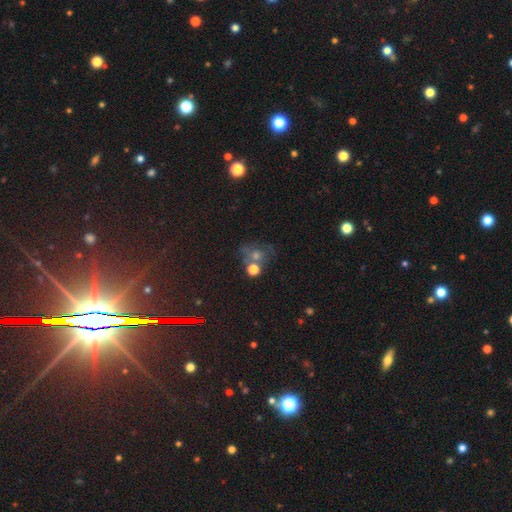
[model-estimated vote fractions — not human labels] The model was most divided on "smooth or featured": smooth: 39%, star or artifact: 37%, featured or disk: 24%. More confident: merging — none (51%).